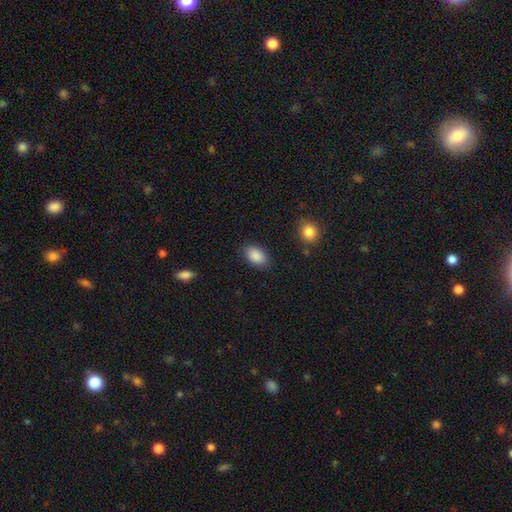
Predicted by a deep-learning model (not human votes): smooth 89%, star or artifact 7%, featured or disk 4%. Down the decision tree: how rounded — in between (88%); merging — none (85%).